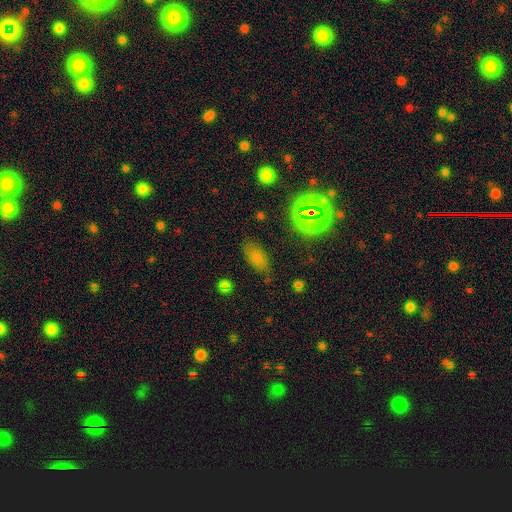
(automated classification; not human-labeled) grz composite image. It shows a smooth galaxy with no disk features (73%) that is in between round and cigar-shaped (89%). Merging: none (76%).